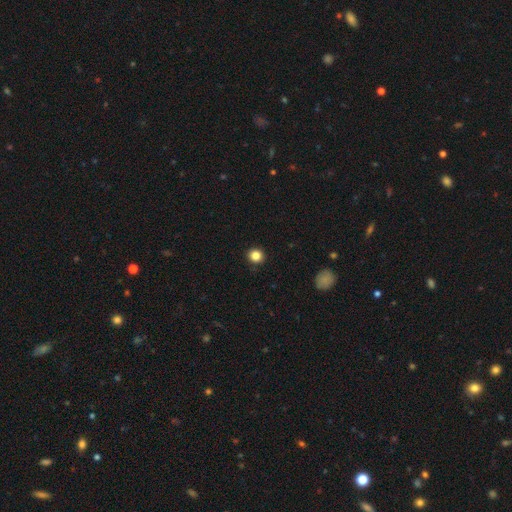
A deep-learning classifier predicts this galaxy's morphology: The model was most divided on "smooth or featured": smooth: 84%, star or artifact: 11%, featured or disk: 4%. More confident: merging — none (92%); how rounded — round (89%).